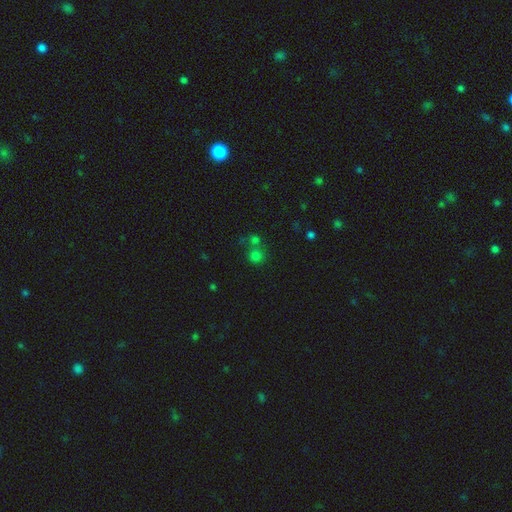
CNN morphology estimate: Overall: smooth (70%). How rounded: round (89%). Merging: none (57%; merger 31%).